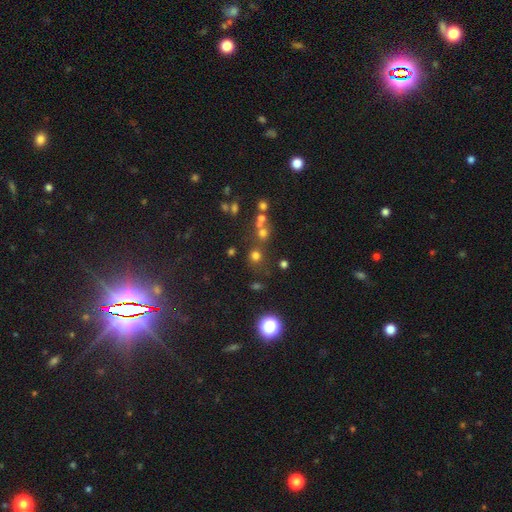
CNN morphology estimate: type=smooth (63%); roundness=round (89%); merging=none (70%).